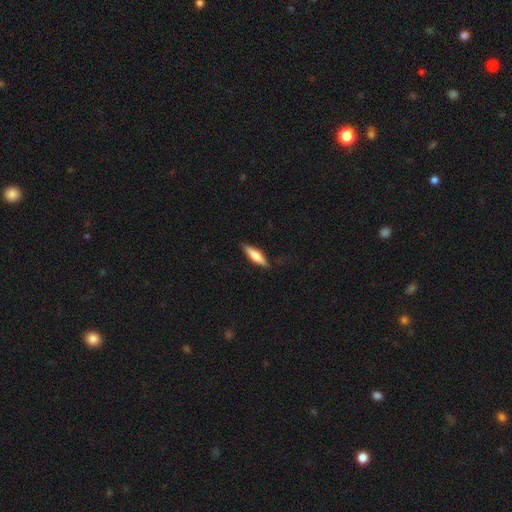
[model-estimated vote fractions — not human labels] Q: Smooth or featured?
A: smooth (66%); runner-up: featured or disk (29%)
Q: How rounded?
A: cigar-shaped (70%); runner-up: in between (28%)
Q: Merging?
A: none (82%); runner-up: minor disturbance (14%)